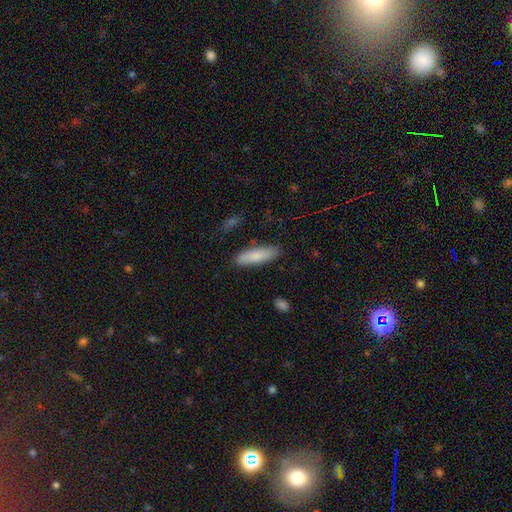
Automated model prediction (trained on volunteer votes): smooth 83%, featured or disk 11%, star or artifact 6%. Down the decision tree: how rounded — cigar-shaped (57%); merging — none (86%).